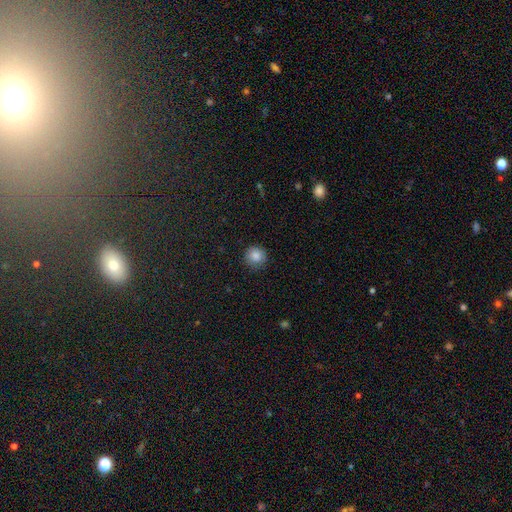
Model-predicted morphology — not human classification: This appears to be a smooth galaxy with no disk features (84%) that is round (94%). Merging: none (88%).